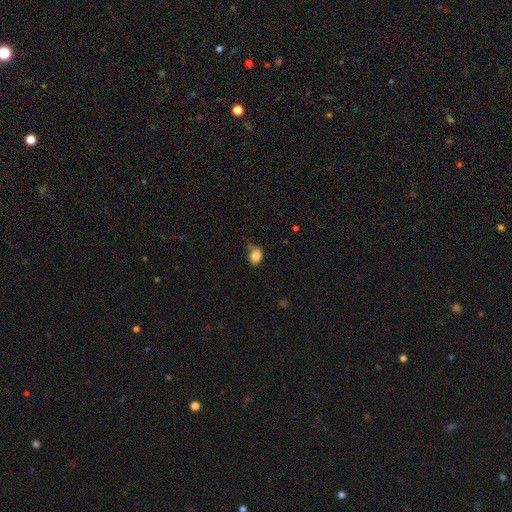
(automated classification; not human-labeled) This is clearly a smooth galaxy (81%). How rounded: likely in between (67%). Merging: possibly none (50%).